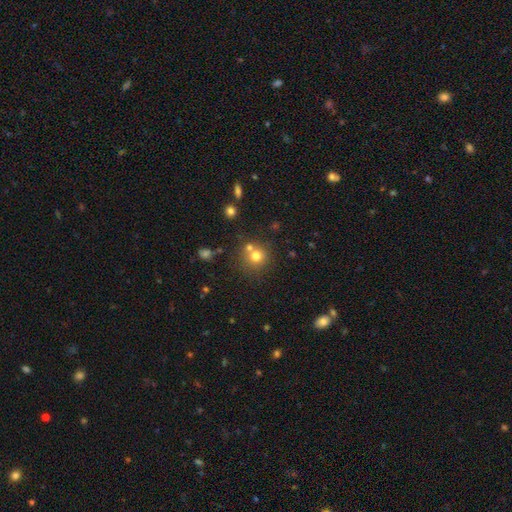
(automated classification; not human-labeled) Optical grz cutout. It shows a smooth galaxy with no disk features (74%) that is round (90%). Merging: none (63%).